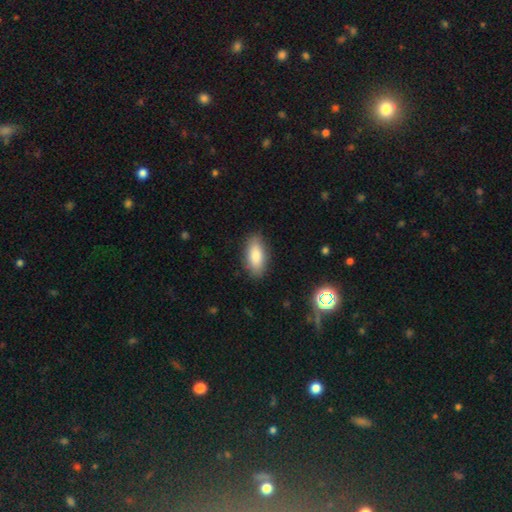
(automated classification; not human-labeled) This is clearly a smooth galaxy (85%). How rounded: clearly in between (86%). Merging: clearly none (86%).